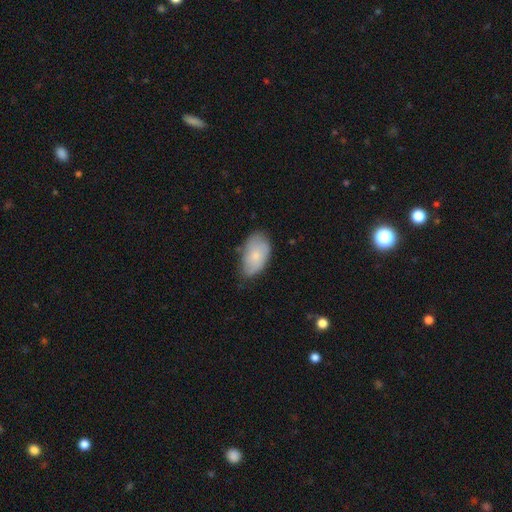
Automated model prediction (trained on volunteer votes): This appears to be a smooth galaxy with no disk features (73%) that is in between round and cigar-shaped (93%). Merging: none (55%).